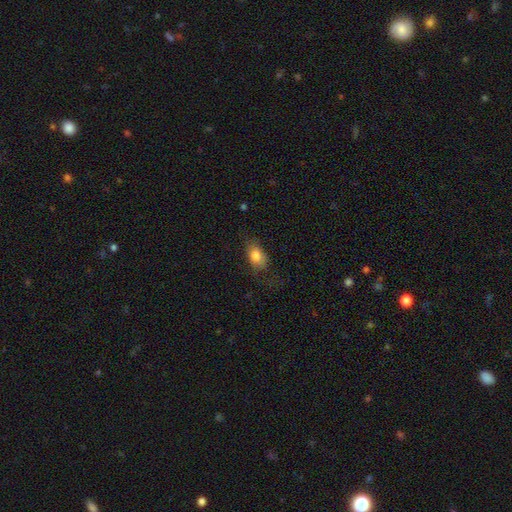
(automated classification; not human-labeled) Smooth or featured? smooth (81%)
How rounded? in between (80%)
Merging? none (64%)